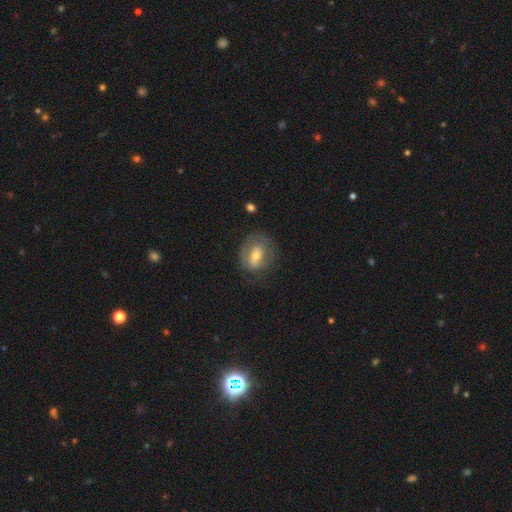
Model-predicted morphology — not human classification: smooth_or_featured: featured or disk (p=0.57) [alt: smooth p=0.35]
disk_edge_on: no (p=0.94) [alt: yes p=0.06]
bar: weak (p=0.40) [alt: no p=0.35]
has_spiral_arms: yes (p=0.54) [alt: no p=0.46]
bulge_size: moderate (p=0.59) [alt: small p=0.35]
merging: none (p=0.67) [alt: minor disturbance p=0.20]